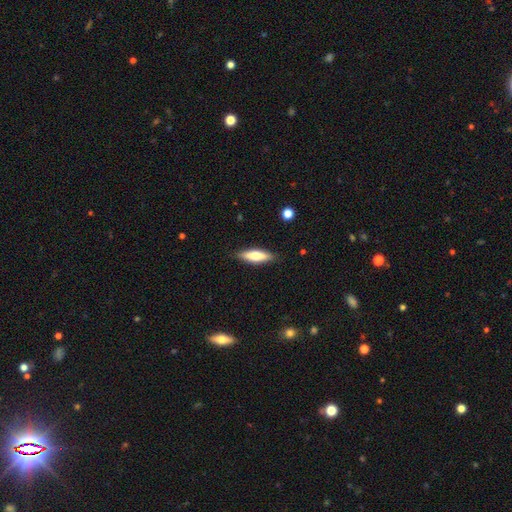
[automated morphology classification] The model was most divided on "how rounded": cigar-shaped: 55%, in between: 43%, round: 2%. More confident: merging — none (87%); smooth or featured — smooth (65%).